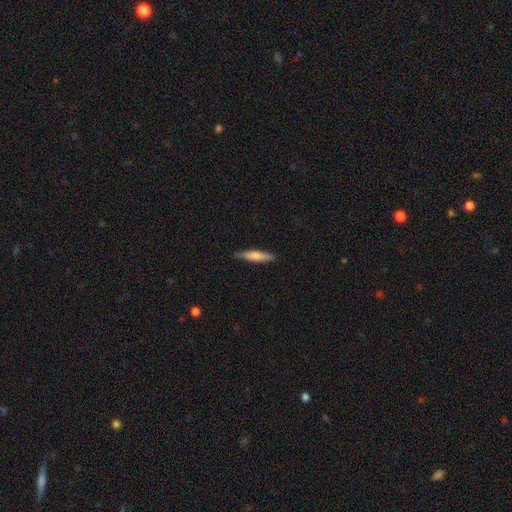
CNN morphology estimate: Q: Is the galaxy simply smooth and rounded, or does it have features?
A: smooth — 66%.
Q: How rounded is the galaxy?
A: cigar-shaped — 86%.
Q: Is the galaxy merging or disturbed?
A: none — 87%.